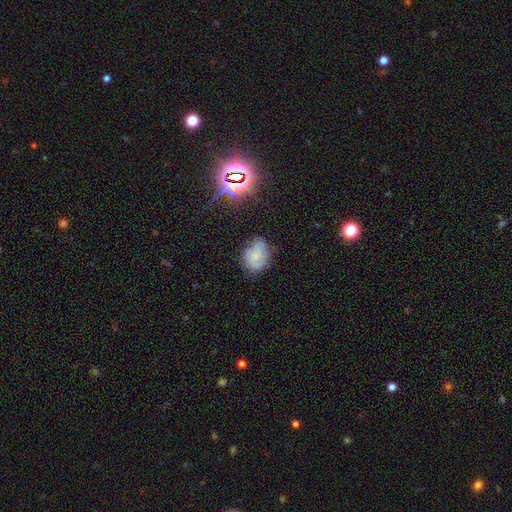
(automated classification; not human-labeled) Q: Smooth or featured?
A: smooth (60%); runner-up: featured or disk (27%)
Q: How rounded?
A: in between (63%); runner-up: round (36%)
Q: Merging?
A: none (63%); runner-up: minor disturbance (26%)